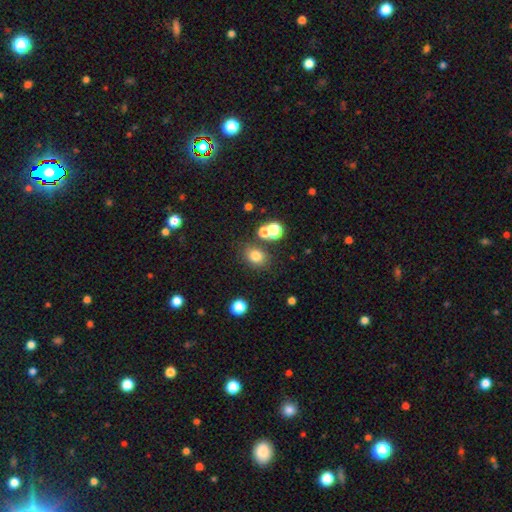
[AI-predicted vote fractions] smooth 76%, star or artifact 16%, featured or disk 8%. Down the decision tree: how rounded — round (59%); merging — none (73%).